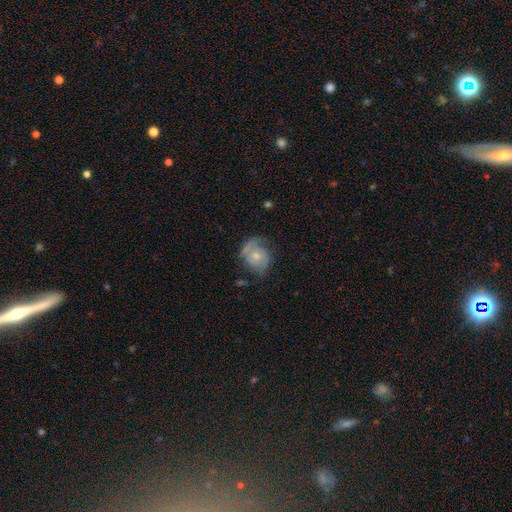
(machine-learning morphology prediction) This is possibly a featured or disk galaxy (57%). It is clearly not viewed edge-on (97%). Bar: likely no (77%). Spiral arm pattern: likely yes (77%). Central bulge: possibly small (50%). Merging: possibly none (53%).